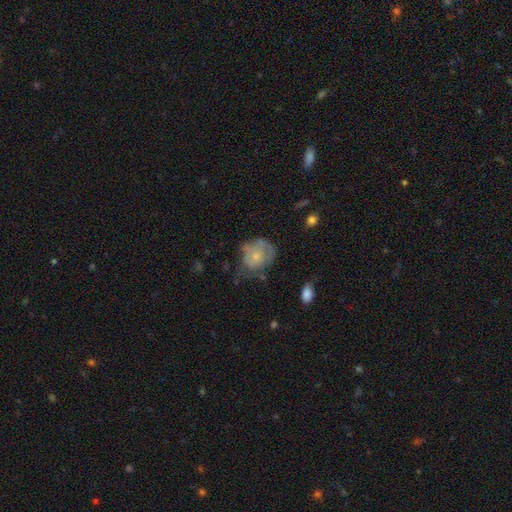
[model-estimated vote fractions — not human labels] This appears to be a smooth galaxy with no disk features (51%) that is round (58%). Merging: none (36%).